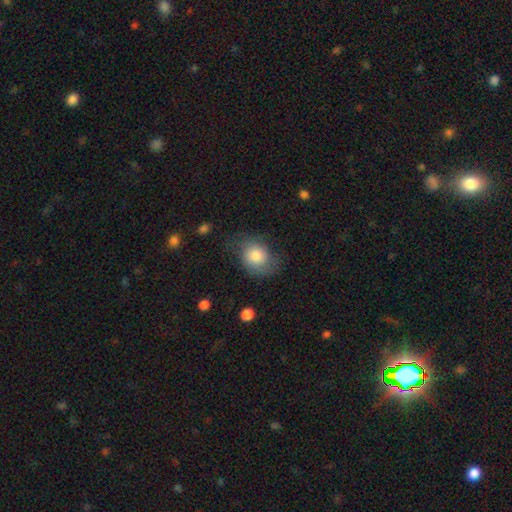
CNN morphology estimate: Q: Smooth or featured?
A: smooth (75%); runner-up: featured or disk (17%)
Q: How rounded?
A: round (50%); tied with: in between (50%)
Q: Merging?
A: none (58%); runner-up: minor disturbance (26%)